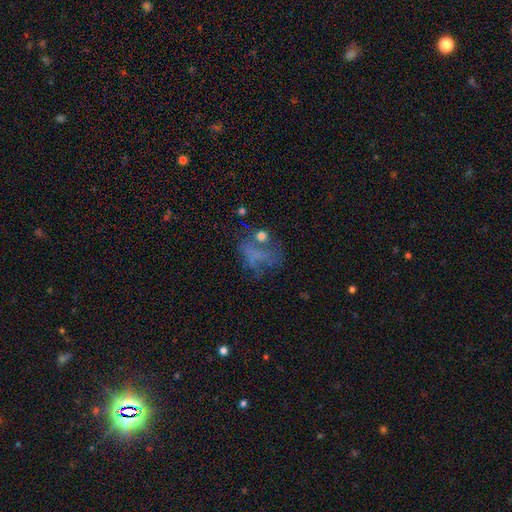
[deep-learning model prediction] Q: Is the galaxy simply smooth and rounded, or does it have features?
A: smooth — 41%.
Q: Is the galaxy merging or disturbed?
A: none — 37%.